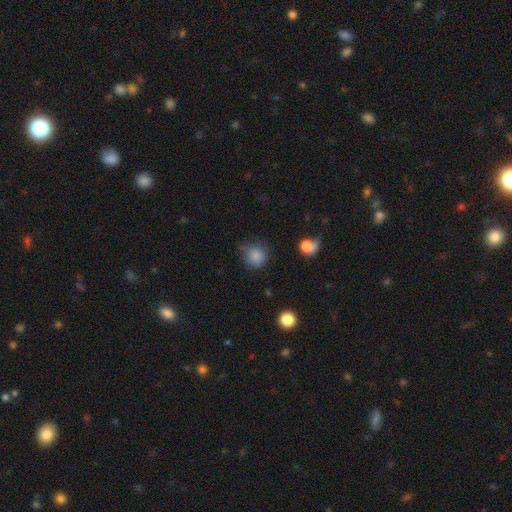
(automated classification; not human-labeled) smooth-or-featured: smooth: 85% | star or artifact: 11% | featured or disk: 4%
  how-rounded: round: 91% | in between: 8% | cigar-shaped: 1%
  merging: none: 77% | minor disturbance: 15% | major disturbance: 5% | merger: 3%